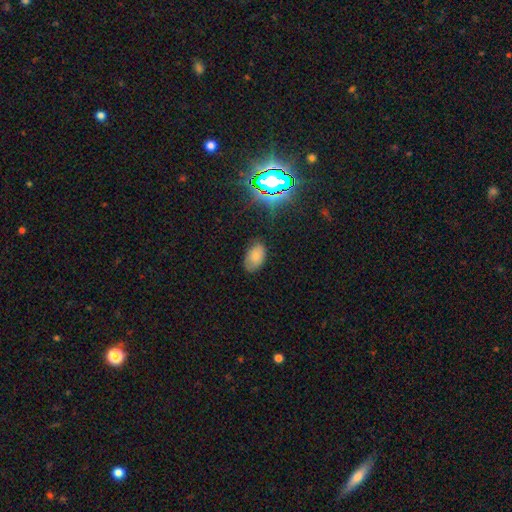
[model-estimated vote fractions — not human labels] A smooth galaxy with no disk features (77%) that is in between round and cigar-shaped (92%).

Vote fractions:
- Smooth or featured? smooth: 77% / star or artifact: 14% / featured or disk: 9%
- How rounded? in between: 92% / round: 7% / cigar-shaped: 1%
- Merging? none: 77% / minor disturbance: 18% / major disturbance: 4% / merger: 1%